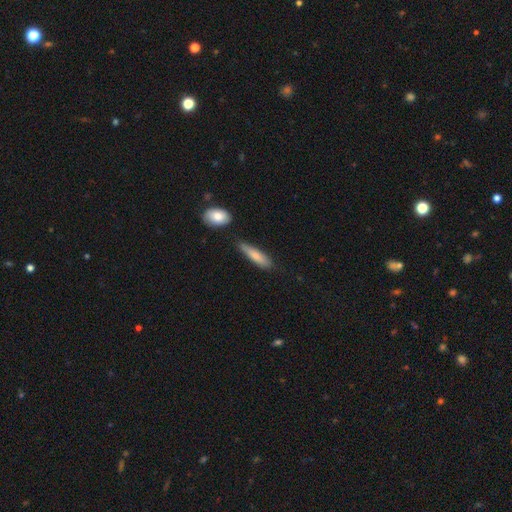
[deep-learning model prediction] The model was most divided on "how rounded": cigar-shaped: 73%, in between: 25%, round: 2%. More confident: smooth or featured — smooth (74%); merging — none (72%).